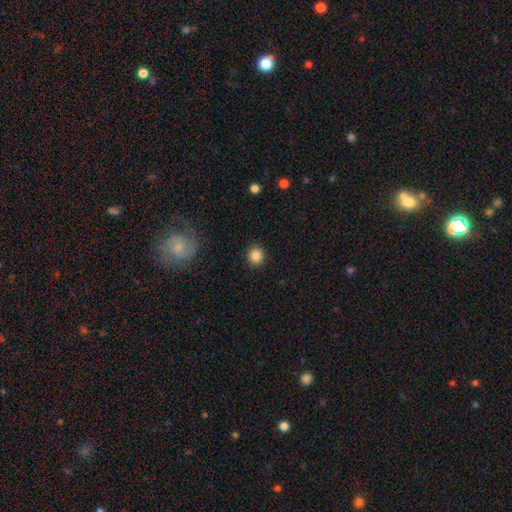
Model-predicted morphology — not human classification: smooth 86%, star or artifact 10%, featured or disk 4%. Down the decision tree: how rounded — round (86%); merging — none (90%).